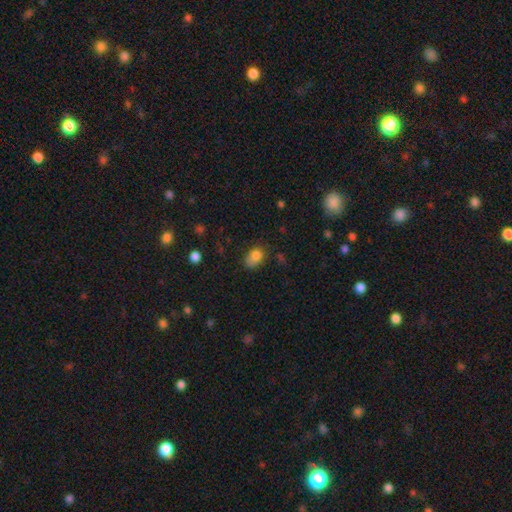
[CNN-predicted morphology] smooth_or_featured: smooth (p=0.82) [alt: star or artifact p=0.11]
how_rounded: in between (p=0.78) [alt: round p=0.20]
merging: none (p=0.53) [alt: minor disturbance p=0.31]